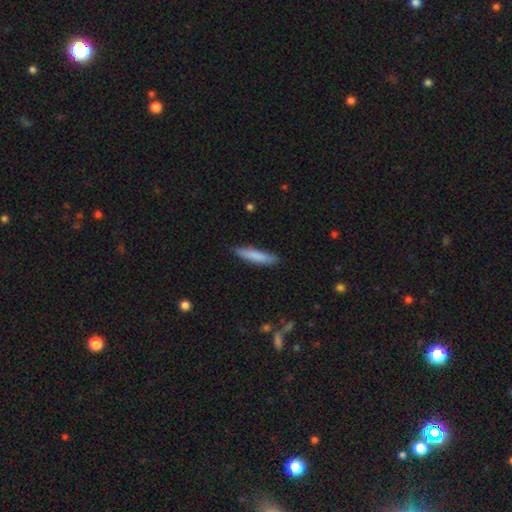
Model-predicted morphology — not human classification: smooth 81%, featured or disk 13%, star or artifact 6%. Down the decision tree: how rounded — cigar-shaped (85%); merging — none (85%).